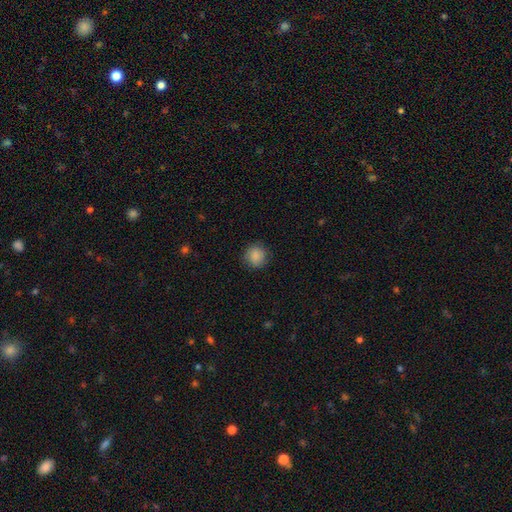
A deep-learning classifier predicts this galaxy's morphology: Smooth or featured?
  - smooth: 87% *
  - star or artifact: 8%
  - featured or disk: 5%
How rounded?
  - round: 91% *
  - in between: 8%
  - cigar-shaped: 1%
Merging?
  - none: 87% *
  - minor disturbance: 10%
  - major disturbance: 3%
  - merger: 1%